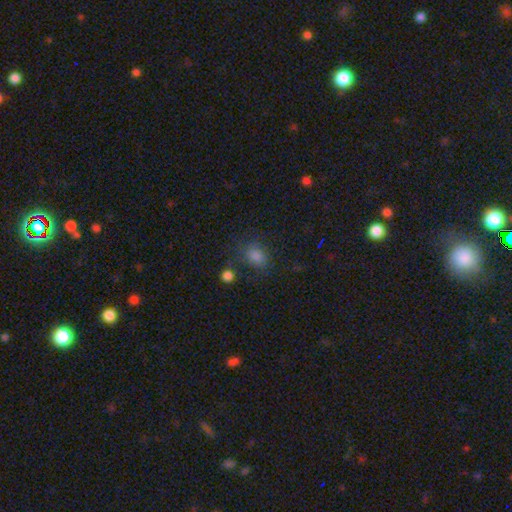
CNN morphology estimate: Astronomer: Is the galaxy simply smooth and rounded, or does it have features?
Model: smooth — 79%.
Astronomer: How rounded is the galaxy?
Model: in between — 60% (runner-up: round, 39%).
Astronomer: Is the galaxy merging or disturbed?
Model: none — 71%.